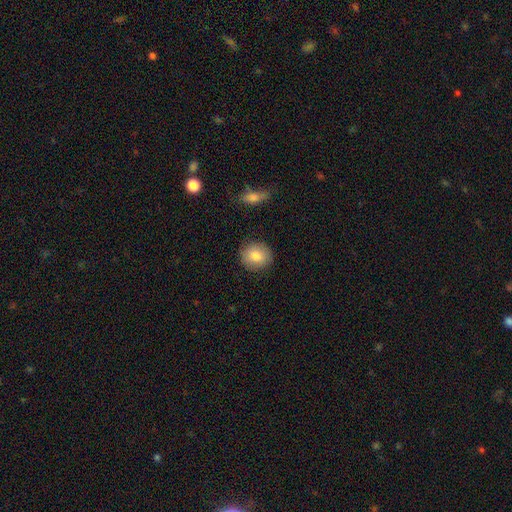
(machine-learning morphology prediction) Smooth or featured? smooth (82%)
How rounded? round (82%)
Merging? none (87%)